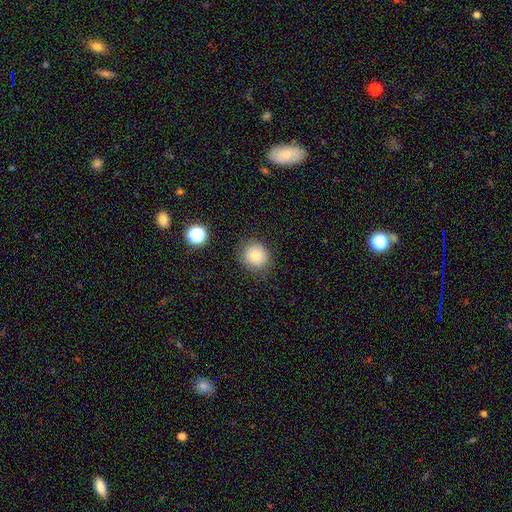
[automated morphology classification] This appears to be a smooth galaxy with no disk features (79%) that is round (85%). Merging: none (84%).